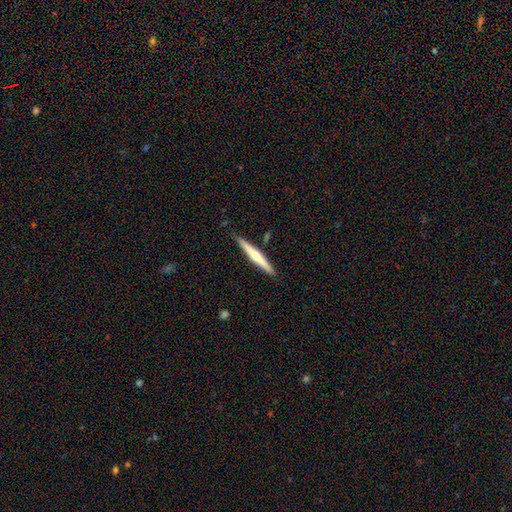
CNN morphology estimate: Smooth or featured? Predicted: featured or disk (p=0.48). Merging? Predicted: none (p=0.88).